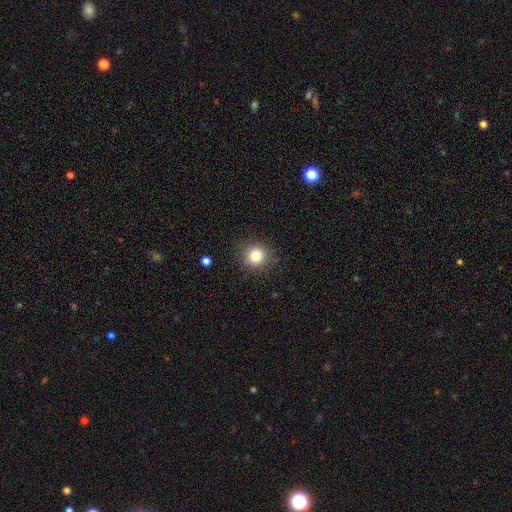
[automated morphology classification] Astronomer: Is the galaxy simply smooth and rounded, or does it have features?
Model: smooth — 82%.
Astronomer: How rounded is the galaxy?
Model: round — 91%.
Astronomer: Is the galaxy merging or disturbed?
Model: none — 89%.